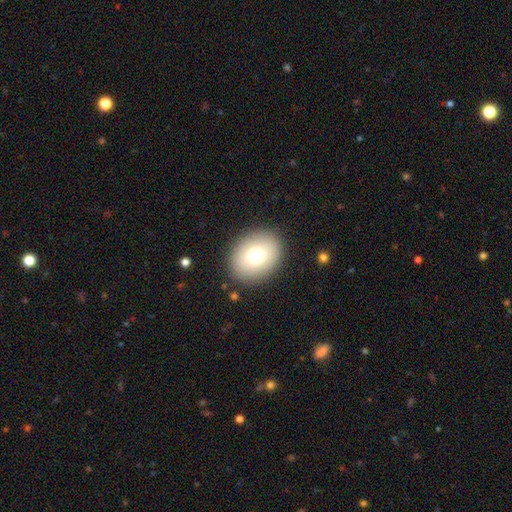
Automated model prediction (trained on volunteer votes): The model was most divided on "how rounded": in between: 54%, round: 46%, cigar-shaped: 1%. More confident: merging — none (89%); smooth or featured — smooth (75%).